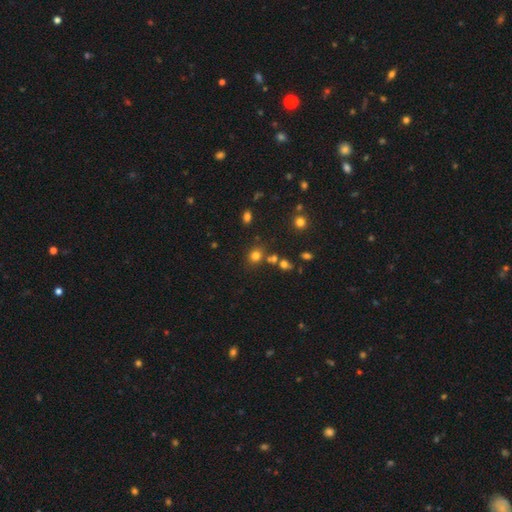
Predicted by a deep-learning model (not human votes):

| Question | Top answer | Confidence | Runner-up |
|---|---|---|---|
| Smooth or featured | smooth | 74% | star or artifact (18%) |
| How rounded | round | 78% | in between (21%) |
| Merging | none | 72% | merger (13%) |